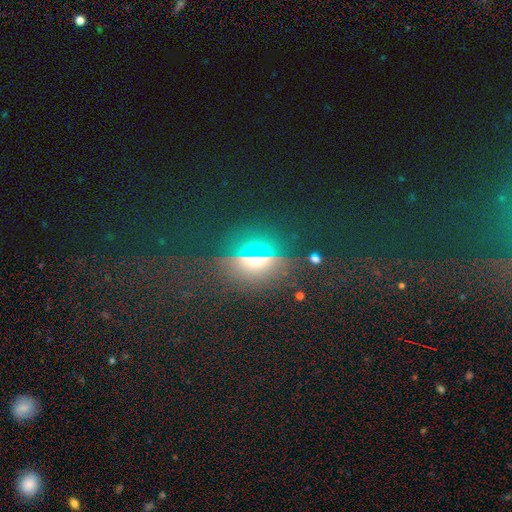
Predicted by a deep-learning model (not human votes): smooth_or_featured: star or artifact (p=0.46) [alt: smooth p=0.35]